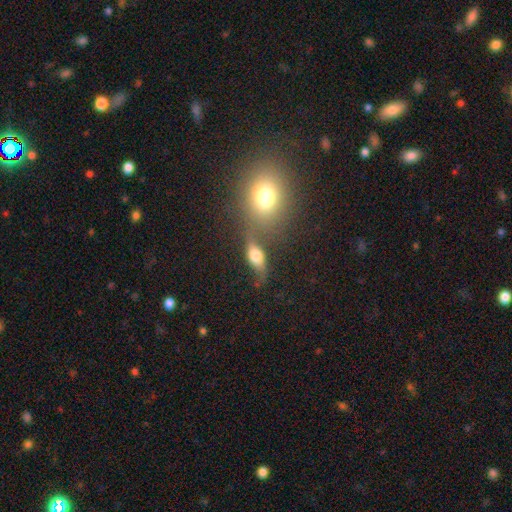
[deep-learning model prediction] Smooth or featured: smooth — 50% (featured or disk — 39%)
Merging: none — 40% (merger — 28%)